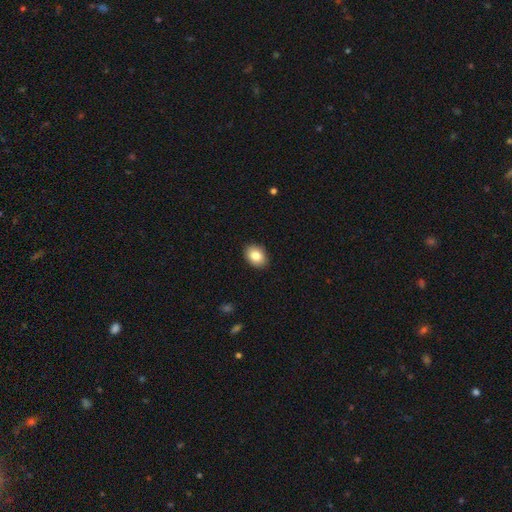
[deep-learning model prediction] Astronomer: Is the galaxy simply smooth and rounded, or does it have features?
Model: smooth — 83%.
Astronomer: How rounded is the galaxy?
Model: in between — 73%.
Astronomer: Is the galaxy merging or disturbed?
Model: none — 89%.